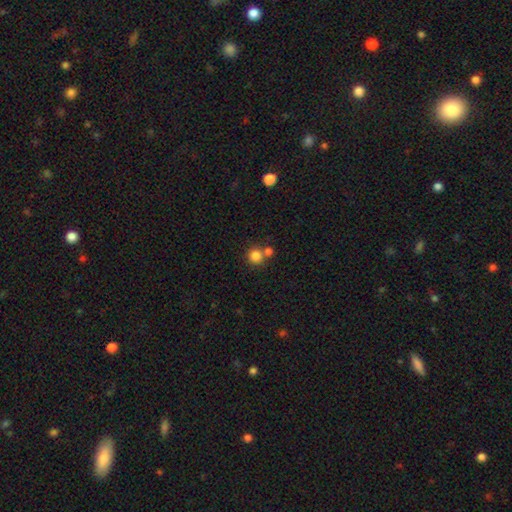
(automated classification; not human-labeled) A smooth galaxy with no disk features (83%) that is round (92%).

Vote fractions:
- Smooth or featured? smooth: 83% / star or artifact: 11% / featured or disk: 5%
- How rounded? round: 92% / in between: 7% / cigar-shaped: 1%
- Merging? none: 63% / merger: 26% / minor disturbance: 8% / major disturbance: 3%